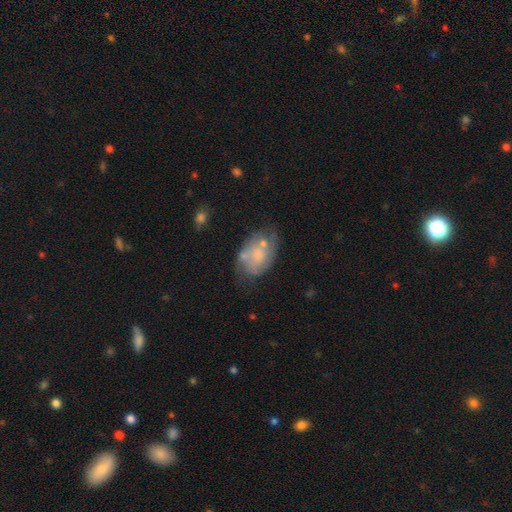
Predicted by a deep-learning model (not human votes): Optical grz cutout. It shows a featured or disk galaxy (49%). Merging: none (43%).